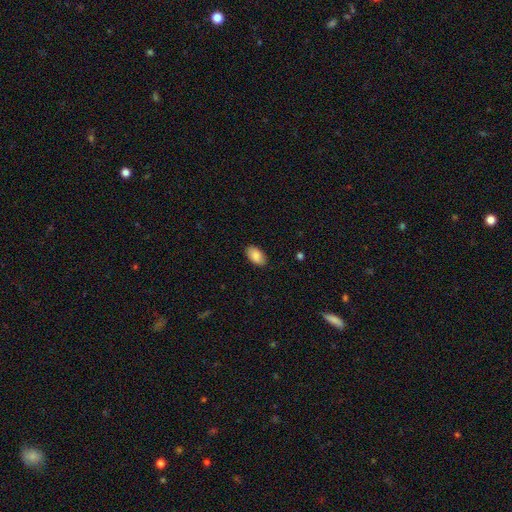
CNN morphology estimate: Overall: smooth (87%). How rounded: in between (94%). Merging: none (88%).